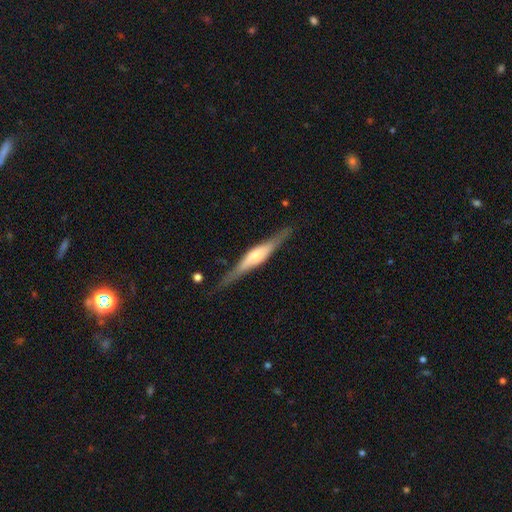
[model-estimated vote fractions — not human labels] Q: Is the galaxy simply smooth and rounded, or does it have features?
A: featured or disk — 69%.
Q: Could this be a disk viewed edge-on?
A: yes — 96%.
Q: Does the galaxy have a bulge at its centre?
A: rounded — 63%.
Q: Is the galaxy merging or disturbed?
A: none — 82%.